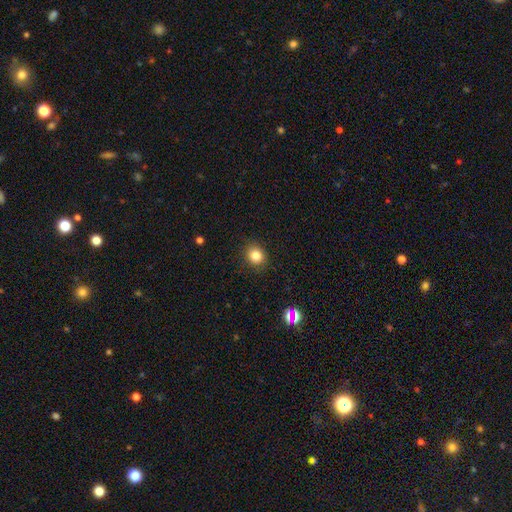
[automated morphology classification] Smooth or featured: smooth — 82% (star or artifact — 12%)
How rounded: round — 74% (in between — 25%)
Merging: none — 89% (minor disturbance — 8%)